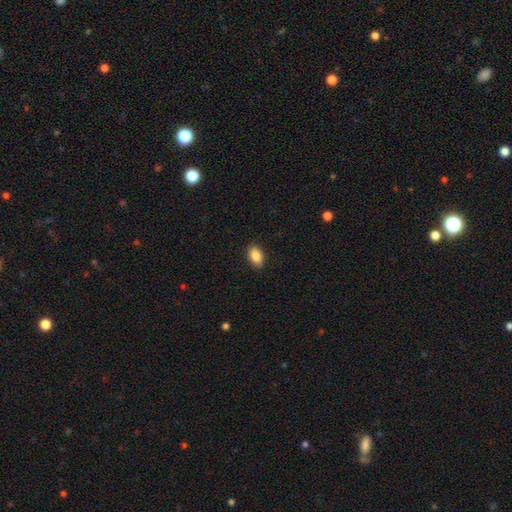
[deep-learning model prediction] smooth_or_featured: smooth (p=0.88) [alt: star or artifact p=0.07]
how_rounded: in between (p=0.91) [alt: round p=0.06]
merging: none (p=0.87) [alt: minor disturbance p=0.10]